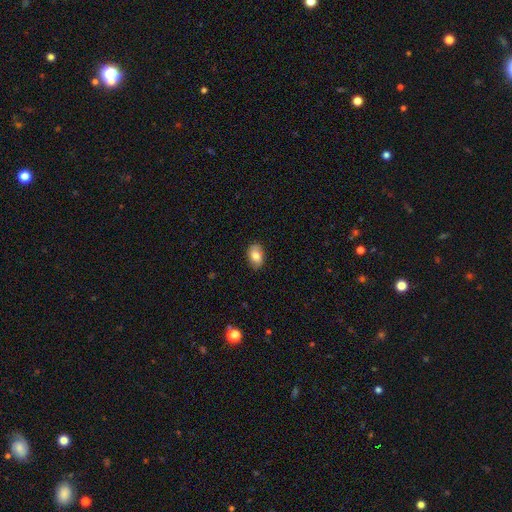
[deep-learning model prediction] Morphology: type=smooth (77%); roundness=in between (86%); merging=none (86%).